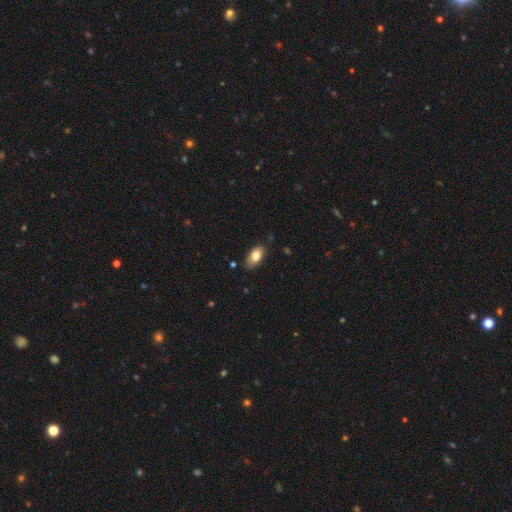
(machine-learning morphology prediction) Smooth or featured: smooth — 81% (featured or disk — 11%)
How rounded: in between — 91% (round — 5%)
Merging: none — 80% (minor disturbance — 16%)